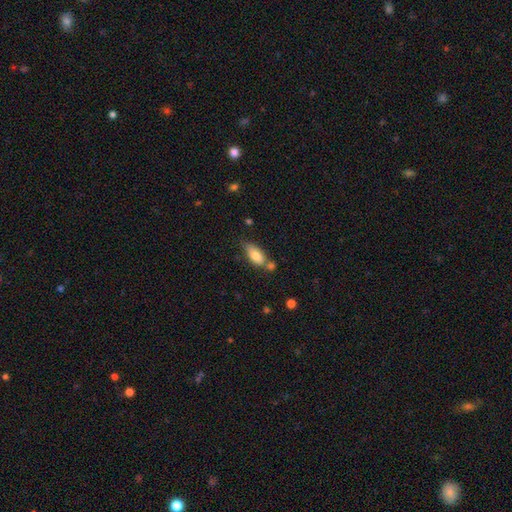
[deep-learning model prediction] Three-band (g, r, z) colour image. It shows a smooth galaxy with no disk features (78%) that is in between round and cigar-shaped (84%). Merging: none (50%).